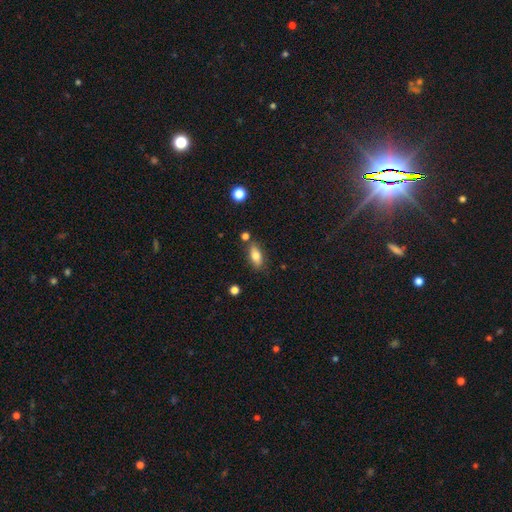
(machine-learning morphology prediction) Smooth or featured?
  - smooth: 77% *
  - featured or disk: 15%
  - star or artifact: 8%
How rounded?
  - in between: 82% *
  - cigar-shaped: 14%
  - round: 4%
Merging?
  - none: 76% *
  - minor disturbance: 14%
  - merger: 7%
  - major disturbance: 3%